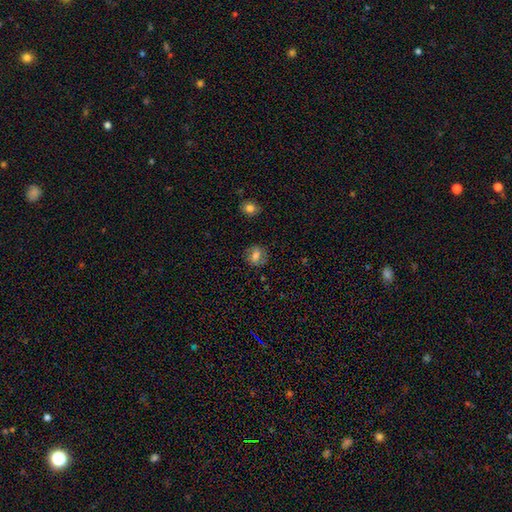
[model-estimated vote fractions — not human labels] Smooth or featured?
  - smooth: 66% *
  - featured or disk: 23%
  - star or artifact: 11%
How rounded?
  - round: 66% *
  - in between: 33%
  - cigar-shaped: 1%
Merging?
  - none: 78% *
  - minor disturbance: 15%
  - major disturbance: 5%
  - merger: 2%